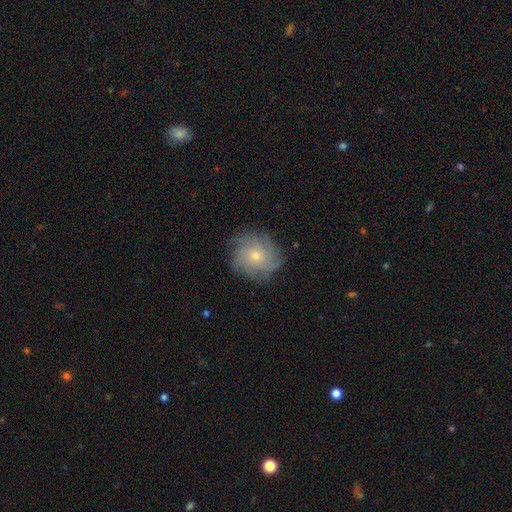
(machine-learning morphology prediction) Smooth or featured? featured or disk (60%)
Edge-on disk? no (96%)
Bar? no (82%)
Spiral arms? yes (88%)
Spiral winding? tight (53%)
Spiral arm count? can't tell (43%)
Bulge size? small (57%)
Merging? none (79%)